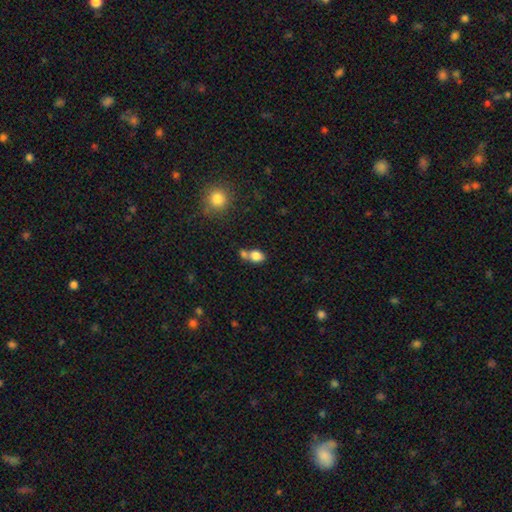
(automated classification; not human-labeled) A smooth galaxy with no disk features (80%) that is in between round and cigar-shaped (66%). Merging: merger (45%).